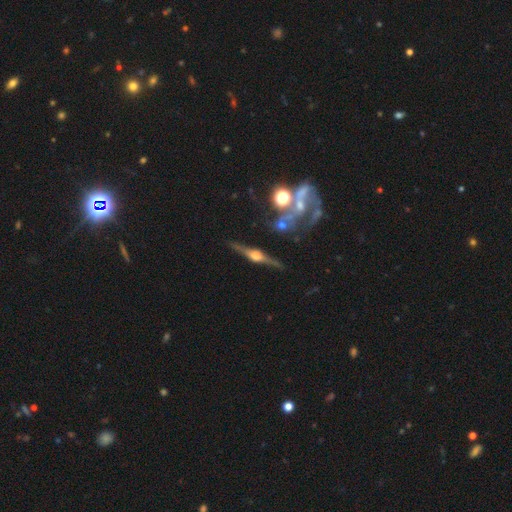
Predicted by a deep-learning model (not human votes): featured or disk 84%, smooth 9%, star or artifact 7%. Down the decision tree: edge-on disk — yes (96%); edge-on bulge — rounded (90%); merging — none (82%).